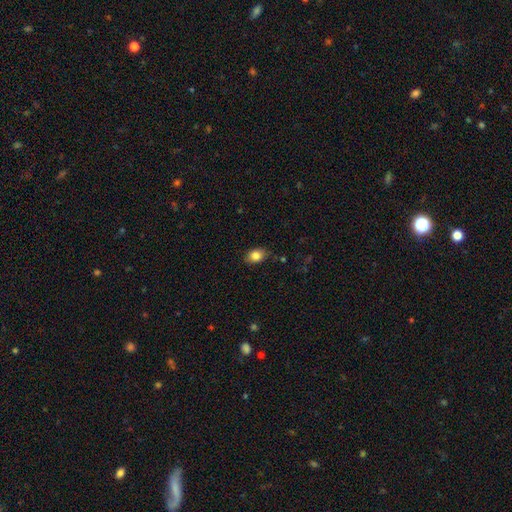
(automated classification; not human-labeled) Q: Smooth or featured?
A: smooth (84%); runner-up: star or artifact (9%)
Q: How rounded?
A: in between (75%); runner-up: round (24%)
Q: Merging?
A: none (78%); runner-up: minor disturbance (18%)